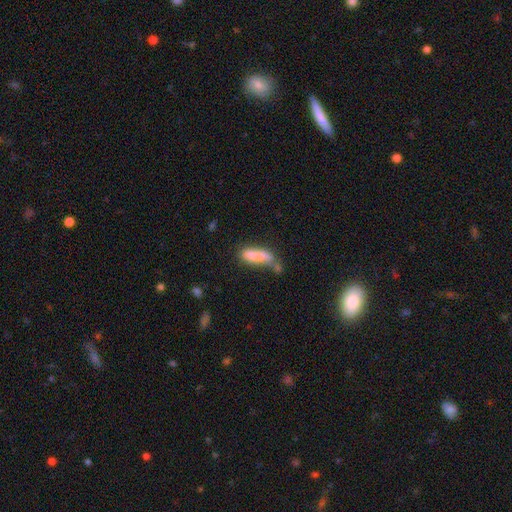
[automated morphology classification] Smooth or featured?
  - smooth: 78% *
  - featured or disk: 14%
  - star or artifact: 8%
How rounded?
  - cigar-shaped: 52% *
  - in between: 46%
  - round: 2%
Merging?
  - none: 32% *
  - merger: 26%
  - minor disturbance: 25%
  - major disturbance: 17%